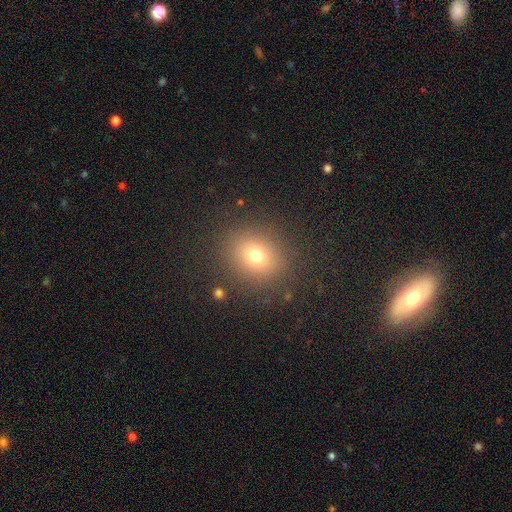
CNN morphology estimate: smooth_or_featured: smooth (p=0.74) [alt: star or artifact p=0.17]
how_rounded: round (p=0.71) [alt: in between p=0.28]
merging: none (p=0.88) [alt: minor disturbance p=0.07]